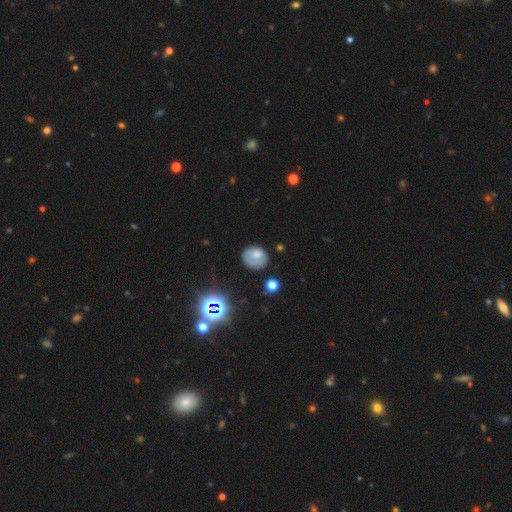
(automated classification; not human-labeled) Morphology: type=smooth (65%); roundness=round (69%); merging=none (59%).